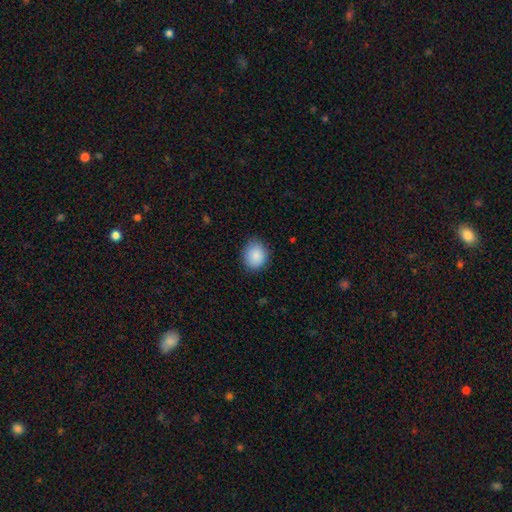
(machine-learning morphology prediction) The model was most divided on "how rounded": round: 67%, in between: 32%, cigar-shaped: 1%. More confident: smooth or featured — smooth (88%); merging — none (82%).